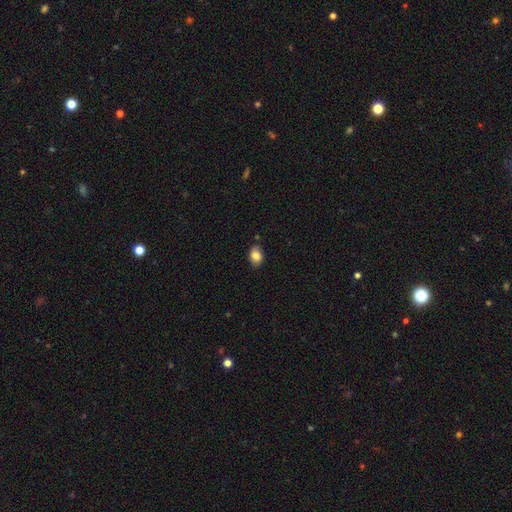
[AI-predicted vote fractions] A smooth galaxy with no disk features (84%) that is in between round and cigar-shaped (82%). Merging: none (83%).